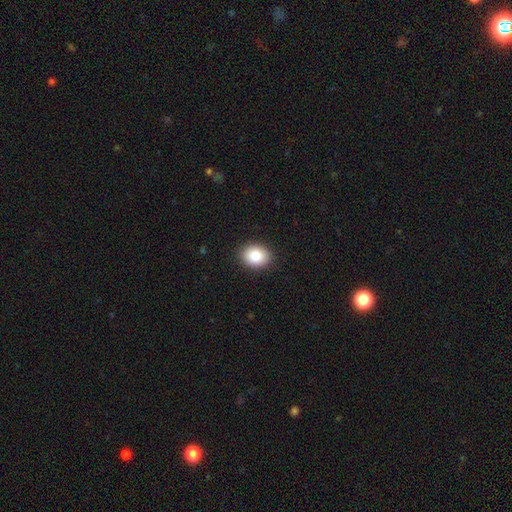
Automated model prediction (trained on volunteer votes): Smooth or featured? smooth (85%)
How rounded? in between (55%)
Merging? none (90%)